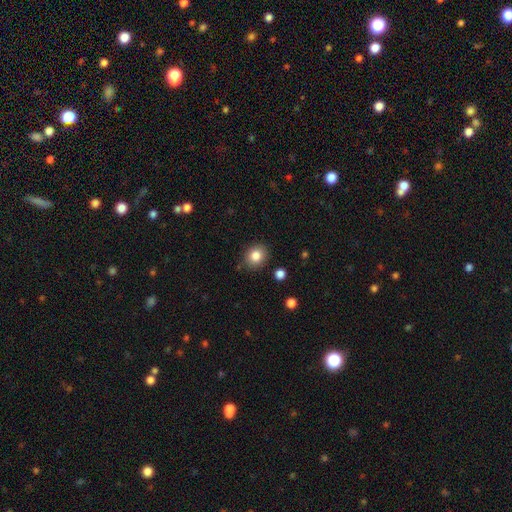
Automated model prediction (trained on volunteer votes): smooth 84%, star or artifact 10%, featured or disk 6%. Down the decision tree: how rounded — round (68%); merging — none (85%).